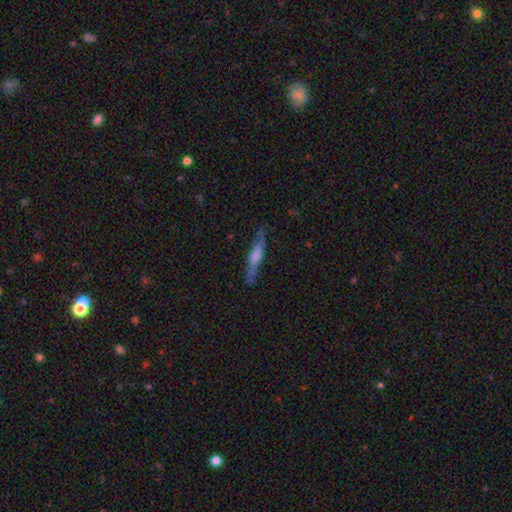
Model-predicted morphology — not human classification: Smooth or featured? featured or disk (60%)
Edge-on disk? yes (90%)
Edge-on bulge? rounded (51%)
Merging? none (80%)